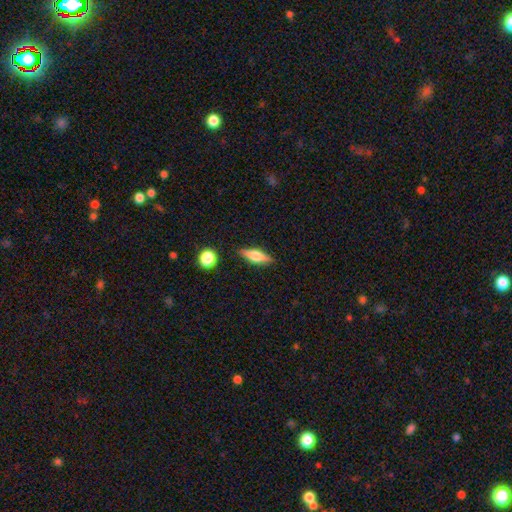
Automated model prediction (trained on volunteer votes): This appears to be a smooth galaxy with no disk features (52%) that is in between round and cigar-shaped (48%, tied with cigar-shaped). Merging: none (86%).